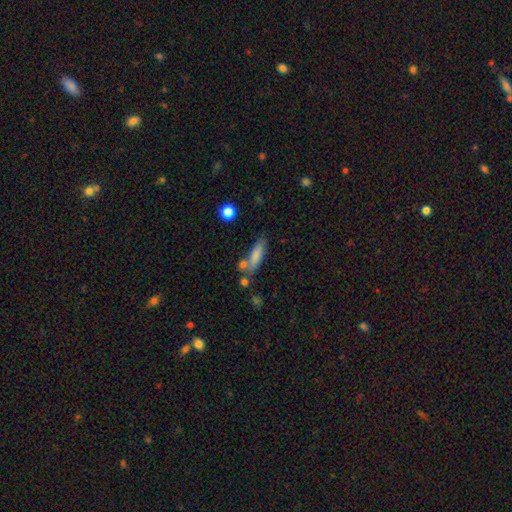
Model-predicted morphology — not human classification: A smooth galaxy with no disk features (79%) that is cigar-shaped (62%). Merging: none (60%).